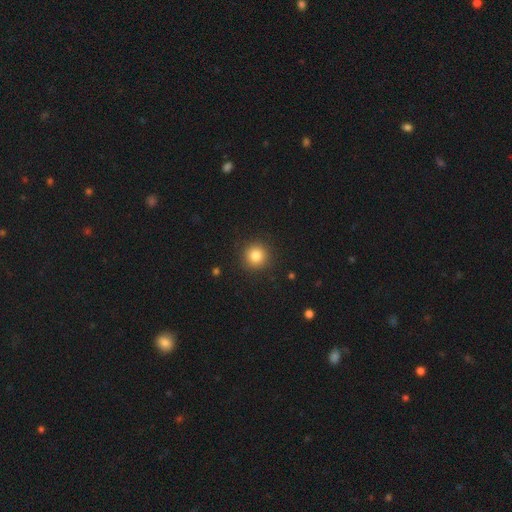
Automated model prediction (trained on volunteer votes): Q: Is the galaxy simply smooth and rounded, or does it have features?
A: smooth — 82%.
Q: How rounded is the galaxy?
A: round — 95%.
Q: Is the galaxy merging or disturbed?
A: none — 91%.